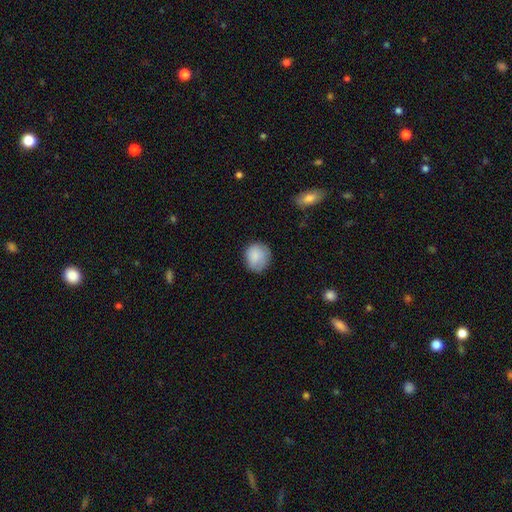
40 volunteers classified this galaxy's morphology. Smooth or featured? smooth (92%)
How rounded? round (78%)
Merging? none (68%)